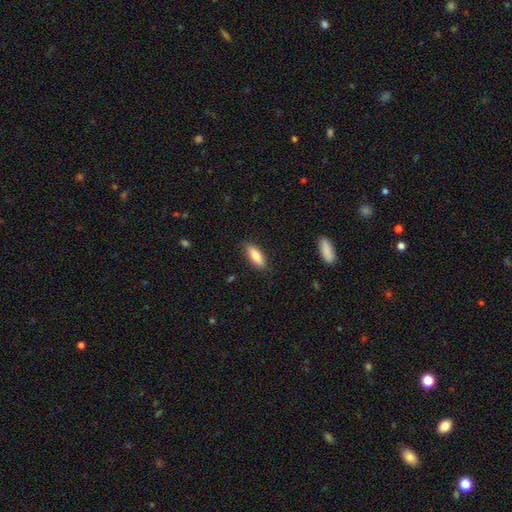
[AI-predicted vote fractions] The model was most divided on "how rounded": in between: 69%, cigar-shaped: 29%, round: 2%. More confident: merging — none (85%); smooth or featured — smooth (79%).